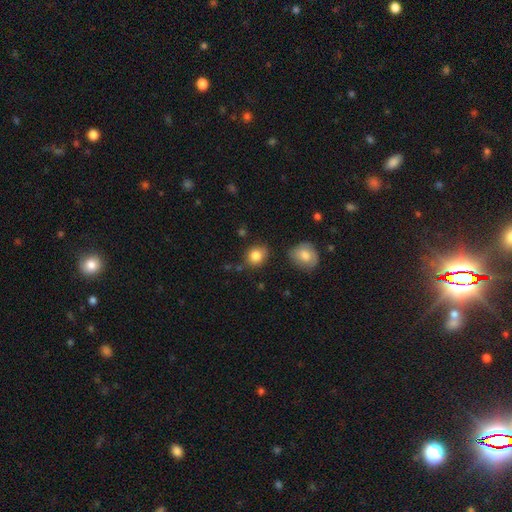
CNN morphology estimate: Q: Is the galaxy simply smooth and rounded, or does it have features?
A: smooth — 83%.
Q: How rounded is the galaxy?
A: round — 66%.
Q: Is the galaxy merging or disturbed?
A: none — 73%.